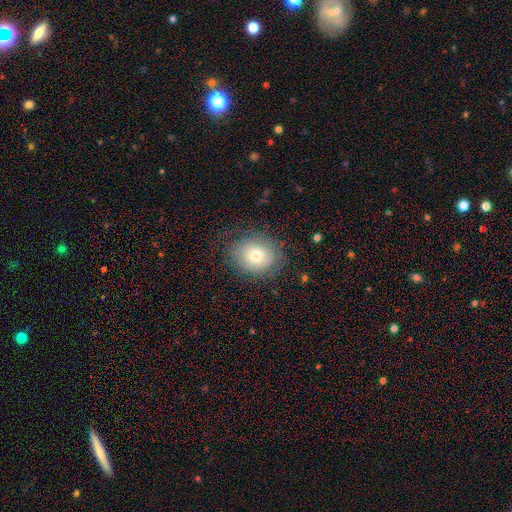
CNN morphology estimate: Q: Smooth or featured?
A: smooth (66%); runner-up: featured or disk (25%)
Q: How rounded?
A: round (63%); runner-up: in between (36%)
Q: Merging?
A: none (73%); runner-up: minor disturbance (17%)